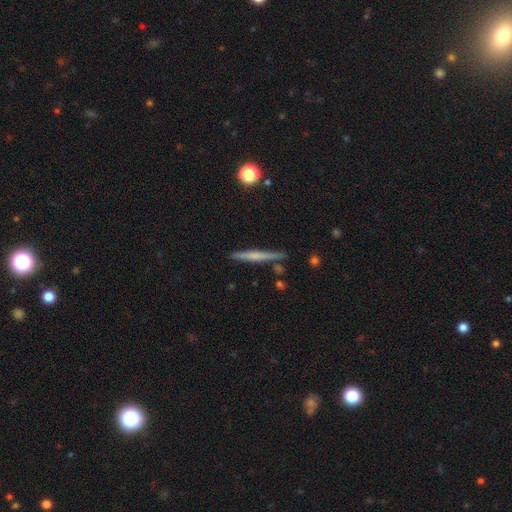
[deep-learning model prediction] Smooth or featured? smooth (48%)
Merging? none (85%)